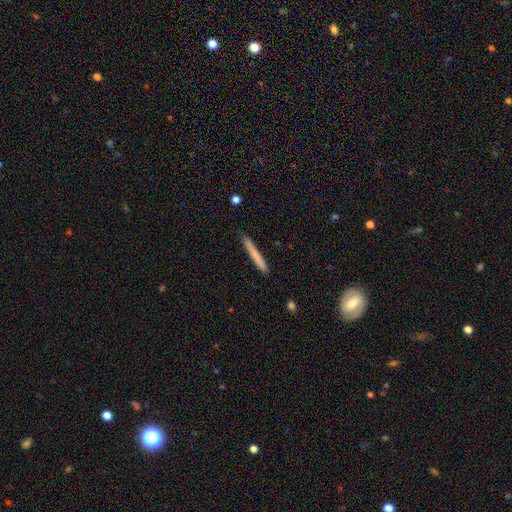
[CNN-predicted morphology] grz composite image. It shows a smooth galaxy with no disk features (74%) that is cigar-shaped (97%). Merging: none (89%).